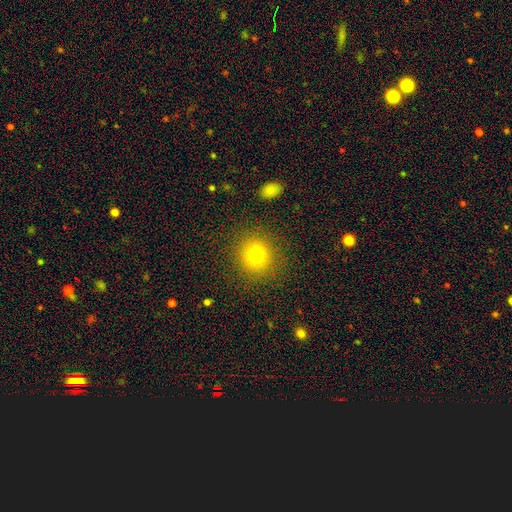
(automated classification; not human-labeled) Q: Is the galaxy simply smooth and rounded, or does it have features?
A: smooth — 77%.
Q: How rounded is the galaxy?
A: round — 88%.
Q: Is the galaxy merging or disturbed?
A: none — 88%.